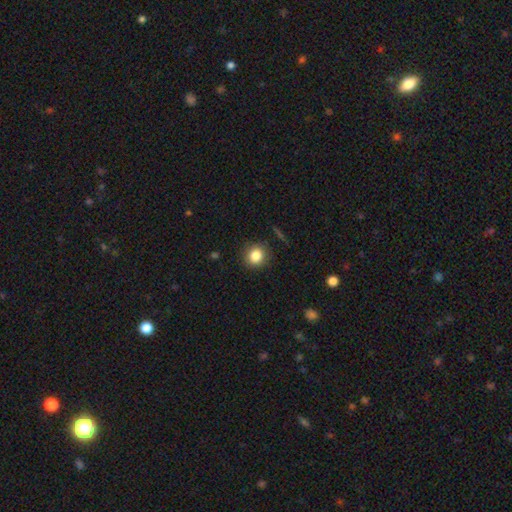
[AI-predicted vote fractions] Smooth or featured: smooth — 84% (star or artifact — 10%)
How rounded: round — 87% (in between — 12%)
Merging: none — 88% (minor disturbance — 9%)